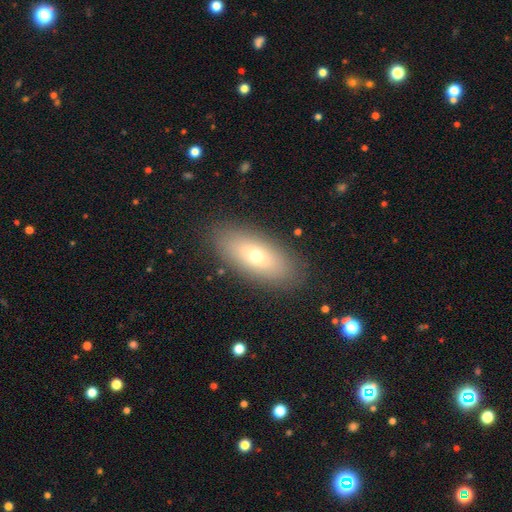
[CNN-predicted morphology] Smooth or featured? smooth (63%)
How rounded? in between (77%)
Merging? none (87%)